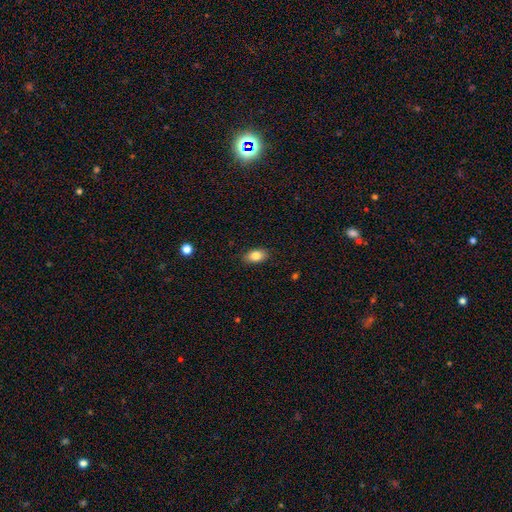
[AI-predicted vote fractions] This is clearly a smooth galaxy (83%). How rounded: clearly in between (90%). Merging: clearly none (87%).